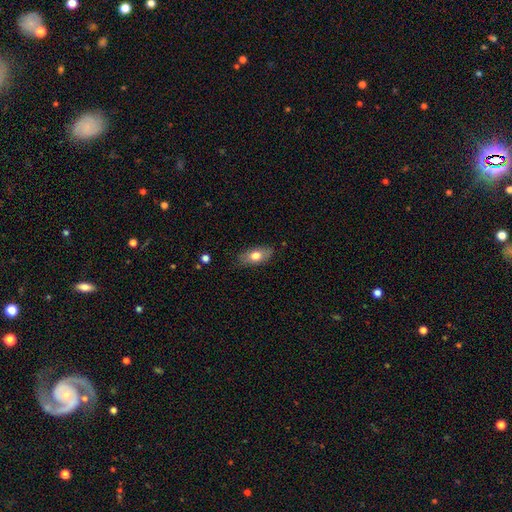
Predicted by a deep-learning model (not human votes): Smooth or featured: smooth — 71% (featured or disk — 22%)
How rounded: in between — 86% (cigar-shaped — 7%)
Merging: none — 80% (minor disturbance — 16%)